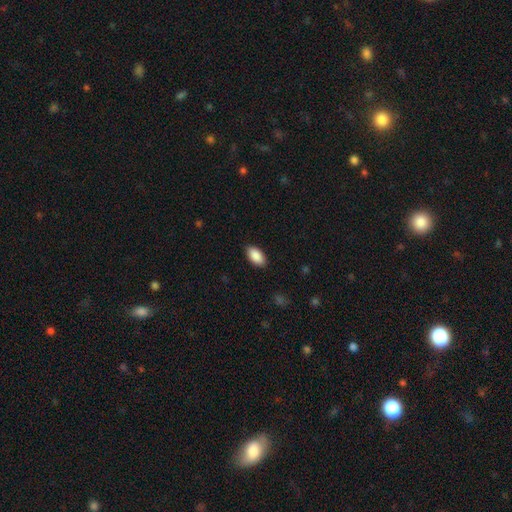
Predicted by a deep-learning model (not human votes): smooth_or_featured: smooth (p=0.90) [alt: star or artifact p=0.06]
how_rounded: in between (p=0.95) [alt: round p=0.03]
merging: none (p=0.88) [alt: minor disturbance p=0.09]